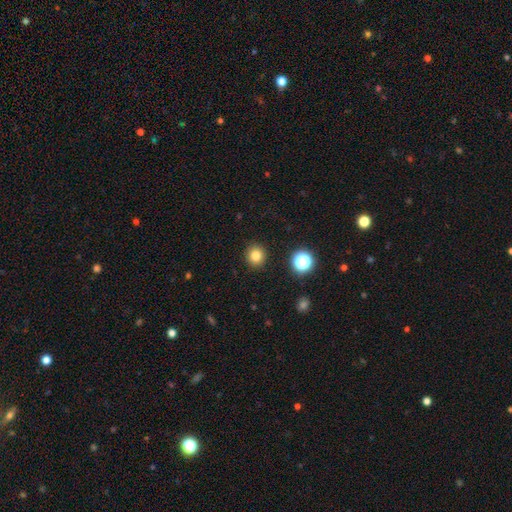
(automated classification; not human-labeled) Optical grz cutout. It shows a smooth galaxy with no disk features (81%) that is round (91%). Merging: none (91%).